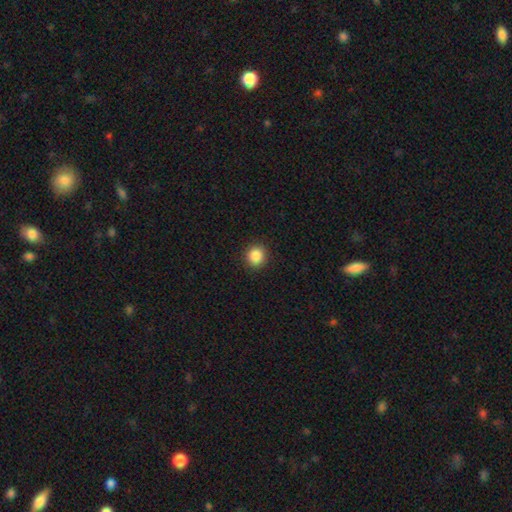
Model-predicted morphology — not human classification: A smooth galaxy with no disk features (87%) that is round (90%). Merging: none (92%).